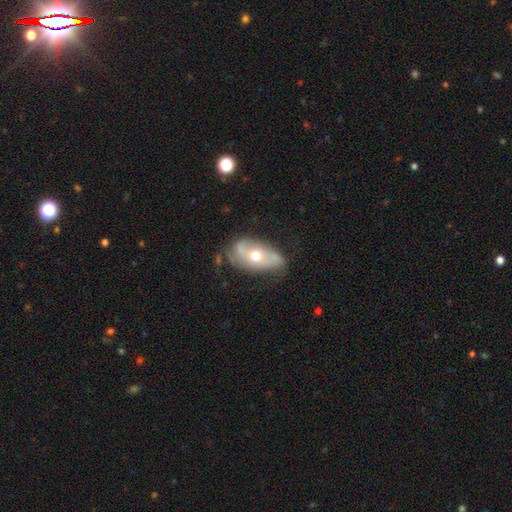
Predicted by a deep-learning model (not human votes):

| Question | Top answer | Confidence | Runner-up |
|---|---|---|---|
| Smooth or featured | featured or disk | 57% | smooth (35%) |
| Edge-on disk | no | 87% | yes (13%) |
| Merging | none | 53% | minor disturbance (31%) |